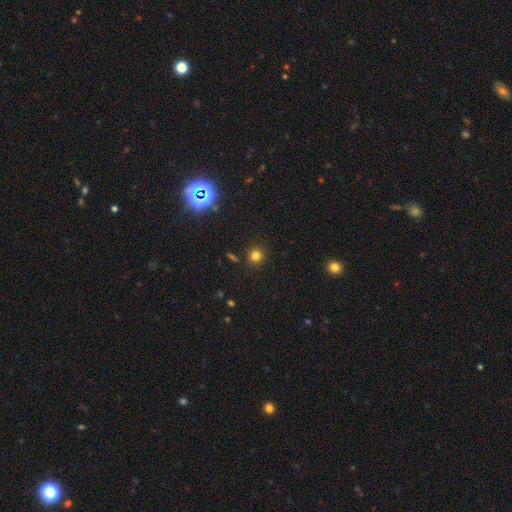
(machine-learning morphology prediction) smooth_or_featured: smooth (p=0.77) [alt: star or artifact p=0.17]
how_rounded: round (p=0.91) [alt: in between p=0.08]
merging: none (p=0.89) [alt: minor disturbance p=0.07]